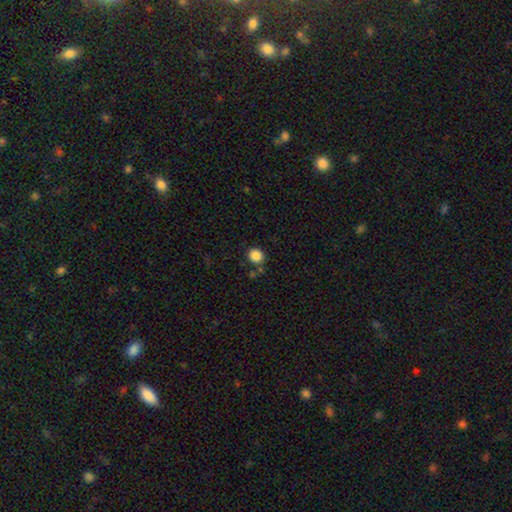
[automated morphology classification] Smooth or featured? Predicted: smooth (p=0.86). How rounded? Predicted: round (p=0.80). Merging? Predicted: none (p=0.80).